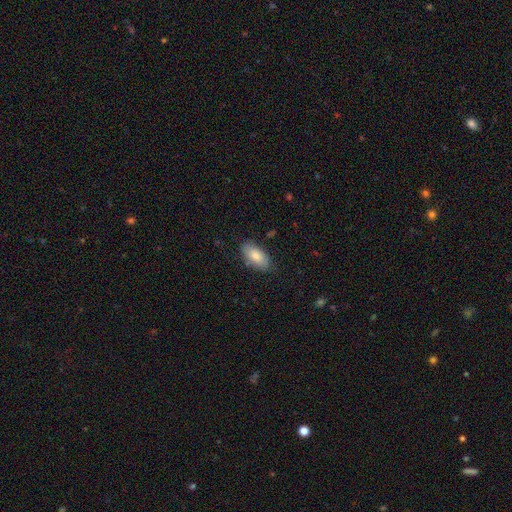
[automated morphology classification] Smooth or featured: smooth — 80% (featured or disk — 14%)
How rounded: in between — 93% (cigar-shaped — 4%)
Merging: none — 80% (minor disturbance — 16%)